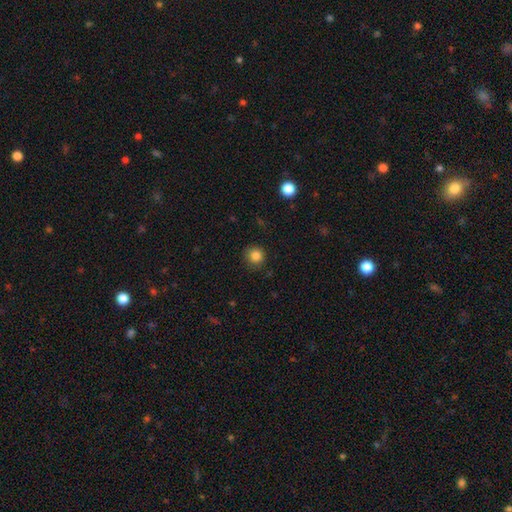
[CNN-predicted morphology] Smooth or featured: smooth — 85% (star or artifact — 12%)
How rounded: round — 91% (in between — 8%)
Merging: none — 85% (minor disturbance — 11%)